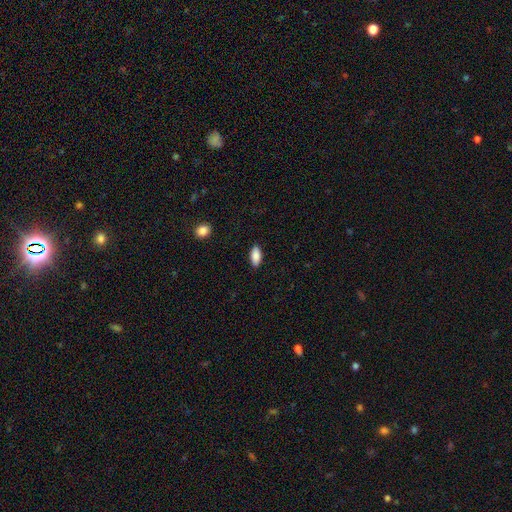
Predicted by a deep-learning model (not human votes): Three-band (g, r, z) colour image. It shows a smooth galaxy with no disk features (88%) that is in between round and cigar-shaped (87%). Merging: none (88%).